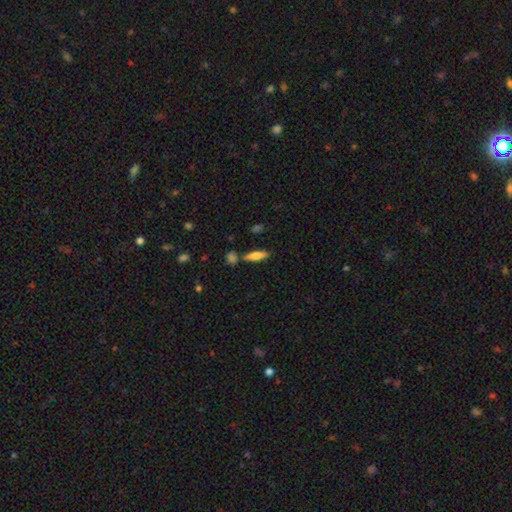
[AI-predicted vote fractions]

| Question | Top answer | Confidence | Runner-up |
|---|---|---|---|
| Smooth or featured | smooth | 70% | featured or disk (24%) |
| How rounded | cigar-shaped | 66% | in between (32%) |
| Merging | none | 76% | minor disturbance (11%) |